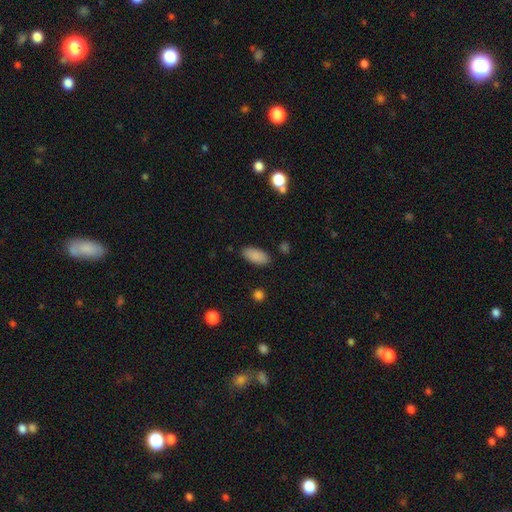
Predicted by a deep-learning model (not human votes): Q: Smooth or featured?
A: smooth (88%); runner-up: star or artifact (8%)
Q: How rounded?
A: in between (90%); runner-up: cigar-shaped (8%)
Q: Merging?
A: none (87%); runner-up: minor disturbance (9%)